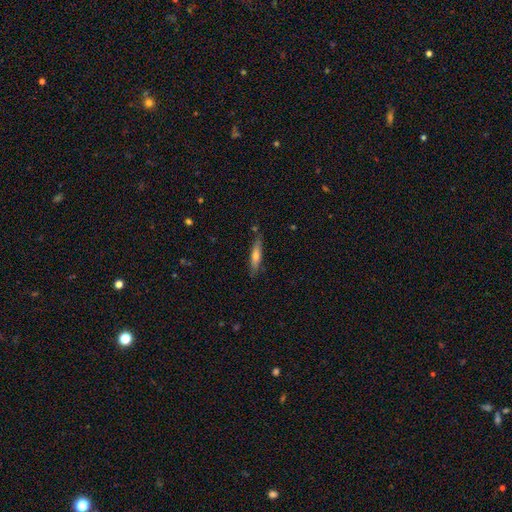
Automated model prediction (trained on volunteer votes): This is possibly a smooth galaxy (54%). How rounded: clearly cigar-shaped (83%). Merging: clearly none (82%).